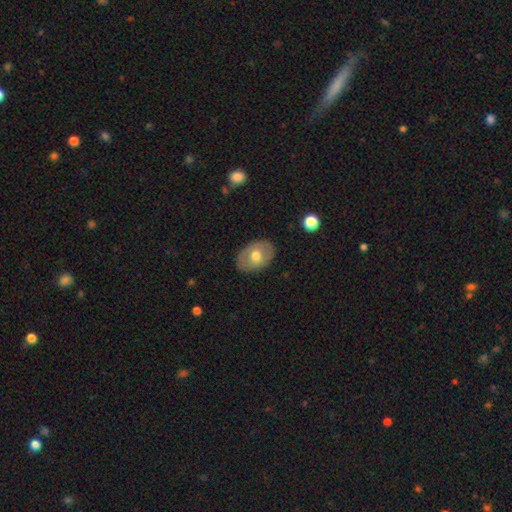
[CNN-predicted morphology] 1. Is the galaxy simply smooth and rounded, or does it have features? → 57% smooth, 37% featured or disk, 6% star or artifact.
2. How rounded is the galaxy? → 79% in between, 20% round, 1% cigar-shaped.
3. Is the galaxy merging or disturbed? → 85% none, 11% minor disturbance, 3% major disturbance, 1% merger.